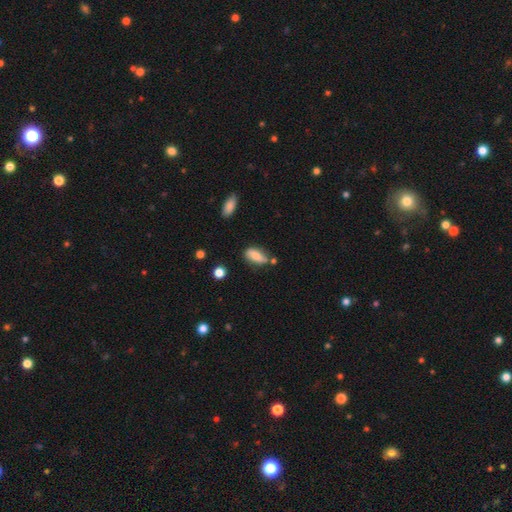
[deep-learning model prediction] A smooth galaxy with no disk features (78%) that is in between round and cigar-shaped (80%). Merging: none (61%).